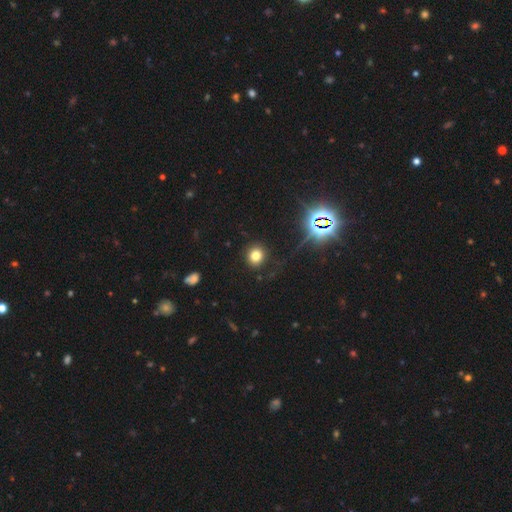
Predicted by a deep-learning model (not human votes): Overall: smooth (75%). How rounded: round (84%). Merging: none (88%).